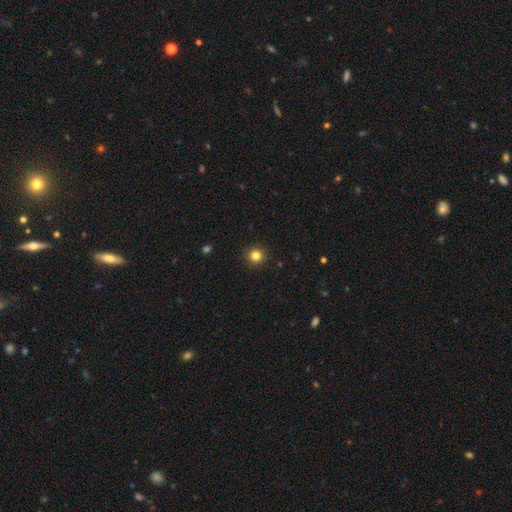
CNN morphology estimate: smooth 83%, star or artifact 12%, featured or disk 5%. Down the decision tree: how rounded — round (93%); merging — none (92%).